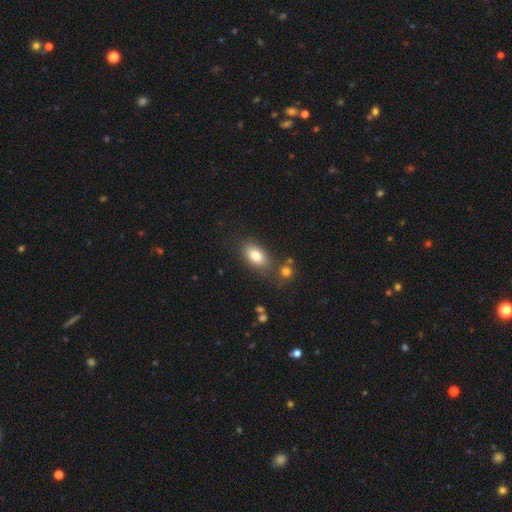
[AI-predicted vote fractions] Smooth or featured? Predicted: smooth (p=0.82). How rounded? Predicted: in between (p=0.88). Merging? Predicted: none (p=0.73).